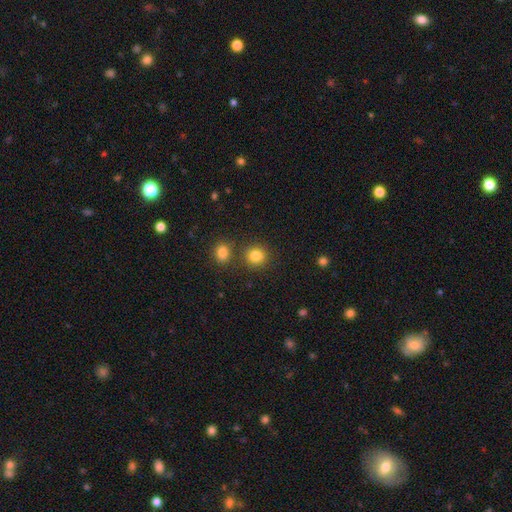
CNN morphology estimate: A smooth galaxy with no disk features (83%) that is round (87%). Merging: none (79%).